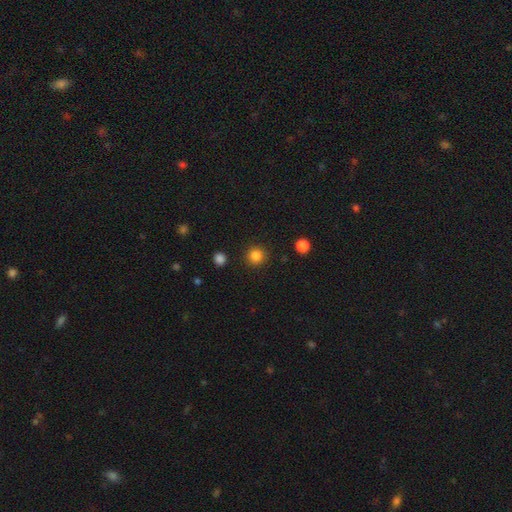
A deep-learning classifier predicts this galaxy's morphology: Smooth or featured? smooth (85%)
How rounded? round (94%)
Merging? none (91%)